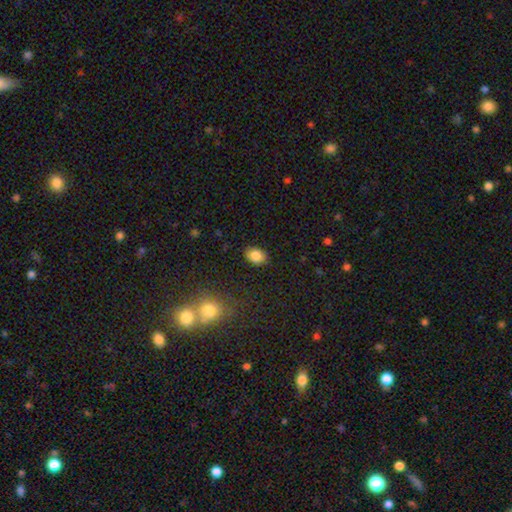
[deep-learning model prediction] Smooth or featured: smooth — 86% (star or artifact — 9%)
How rounded: in between — 71% (round — 28%)
Merging: none — 86% (minor disturbance — 10%)